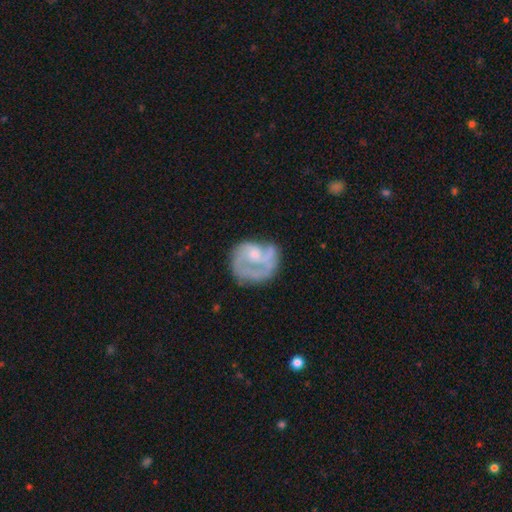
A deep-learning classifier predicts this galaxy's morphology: smooth-or-featured: featured or disk: 67% | smooth: 26% | star or artifact: 6%
  disk-edge-on: no: 98% | yes: 2%
    bar: no: 72% | weak: 24% | strong: 4%
    has-spiral-arms: yes: 70% | no: 30%
    bulge-size: small: 40% | moderate: 38% | none: 16% | large: 4% | dominant: 1%
  merging: none: 45% | major disturbance: 28% | minor disturbance: 23% | merger: 4%